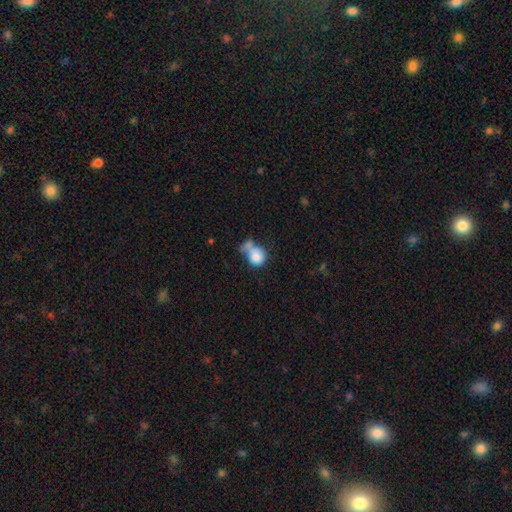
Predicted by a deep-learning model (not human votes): Smooth or featured? Predicted: smooth (p=0.77). How rounded? Predicted: round (p=0.72). Merging? Predicted: merger (p=0.43).